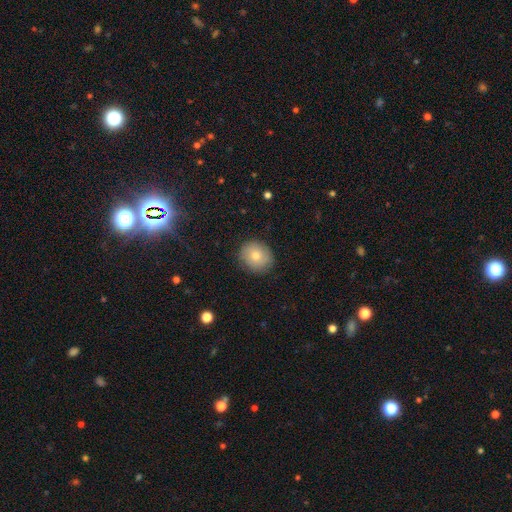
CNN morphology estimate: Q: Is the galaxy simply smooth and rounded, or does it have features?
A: smooth — 76%.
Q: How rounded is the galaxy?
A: round — 76%.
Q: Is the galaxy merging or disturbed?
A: none — 87%.